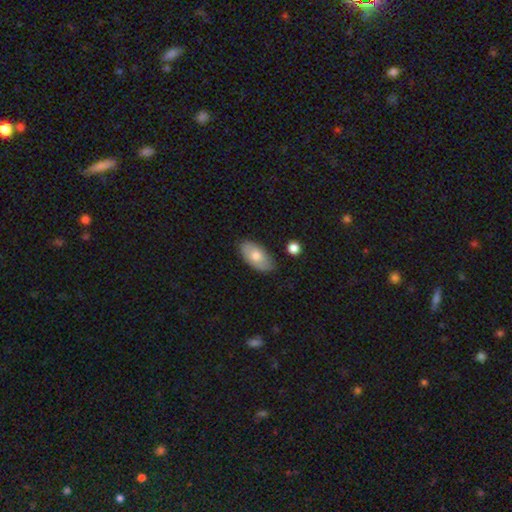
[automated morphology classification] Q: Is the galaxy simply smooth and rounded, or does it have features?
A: smooth — 72%.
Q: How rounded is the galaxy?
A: in between — 94%.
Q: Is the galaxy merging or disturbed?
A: none — 81%.